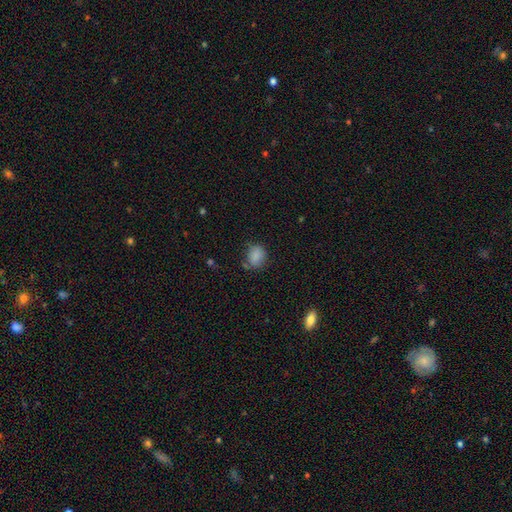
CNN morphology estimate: Smooth or featured: smooth — 85% (star or artifact — 10%)
How rounded: in between — 51% (round — 47%)
Merging: none — 66% (minor disturbance — 23%)